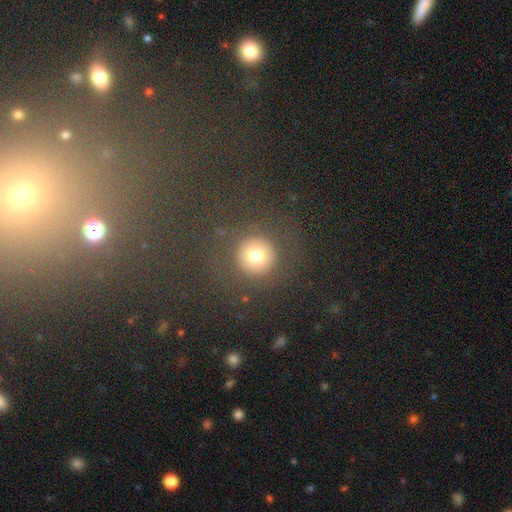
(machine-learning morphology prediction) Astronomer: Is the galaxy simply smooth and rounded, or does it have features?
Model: smooth — 74%.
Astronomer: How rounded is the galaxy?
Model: round — 94%.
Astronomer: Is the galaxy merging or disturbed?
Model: none — 84%.